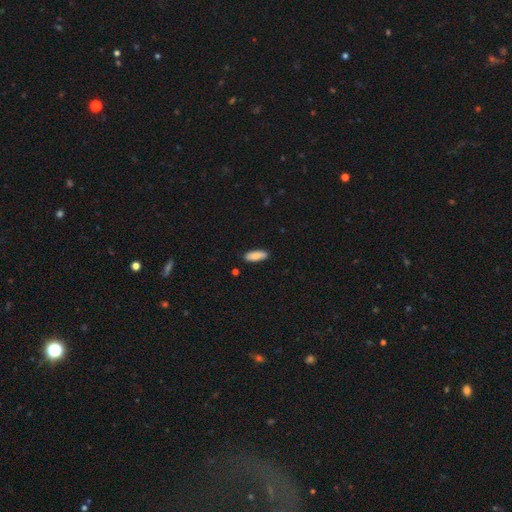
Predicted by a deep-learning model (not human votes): Smooth or featured?
  - smooth: 84% *
  - featured or disk: 11%
  - star or artifact: 6%
How rounded?
  - in between: 71% *
  - cigar-shaped: 27%
  - round: 2%
Merging?
  - none: 88% *
  - minor disturbance: 9%
  - major disturbance: 2%
  - merger: 1%